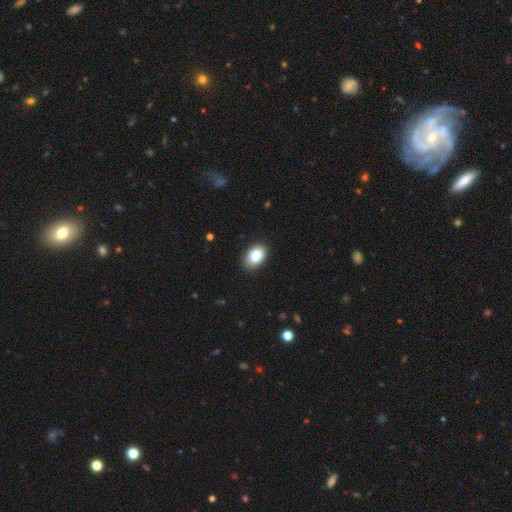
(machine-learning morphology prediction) This is clearly a smooth galaxy (85%). How rounded: clearly in between (85%). Merging: clearly none (88%).